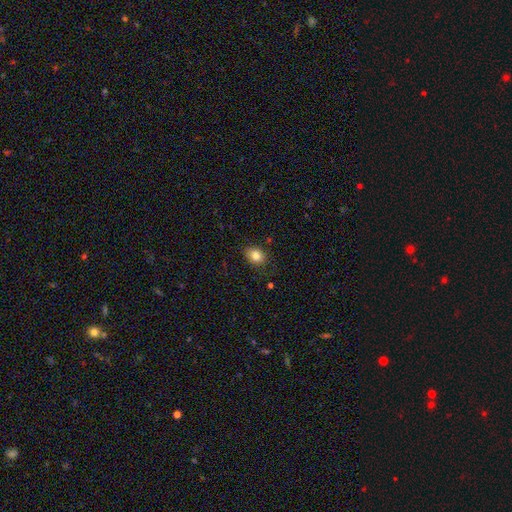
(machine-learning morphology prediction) Smooth or featured? smooth (83%)
How rounded? in between (50%)
Merging? none (82%)